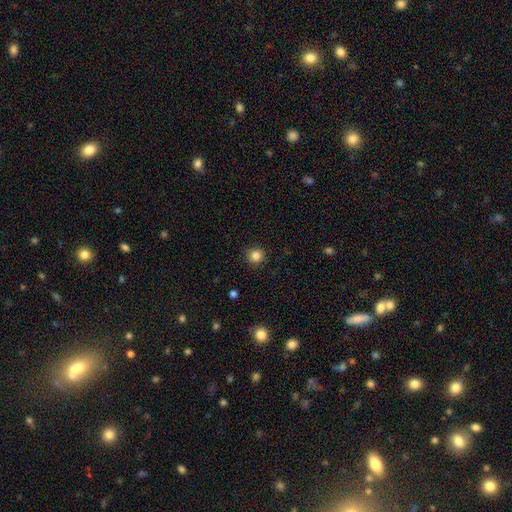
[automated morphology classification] Smooth or featured? smooth (85%)
How rounded? round (94%)
Merging? none (91%)